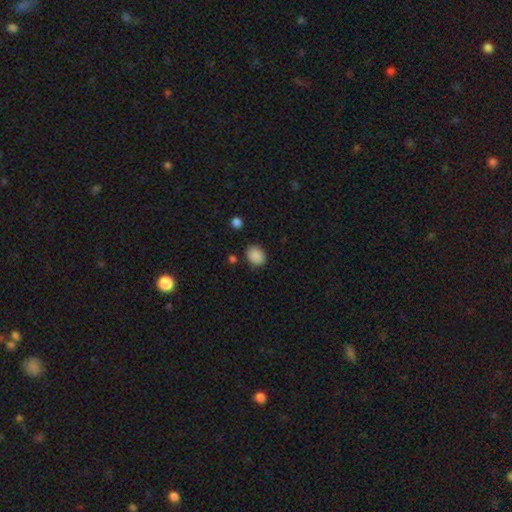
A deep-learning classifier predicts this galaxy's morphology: Smooth or featured? smooth (88%)
How rounded? in between (57%)
Merging? none (83%)